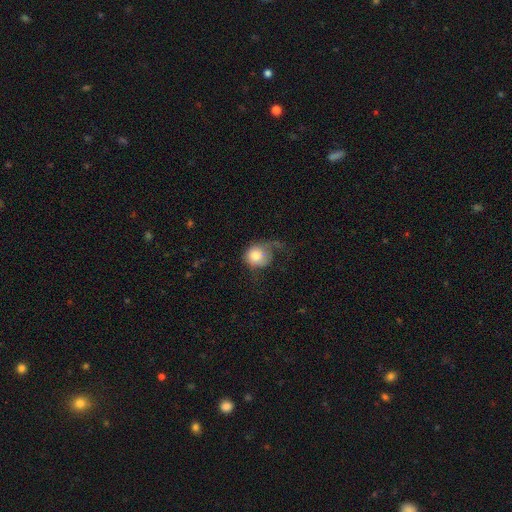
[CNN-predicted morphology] Smooth or featured: smooth — 72% (featured or disk — 20%)
How rounded: round — 77% (in between — 22%)
Merging: major disturbance — 45% (none — 27%)